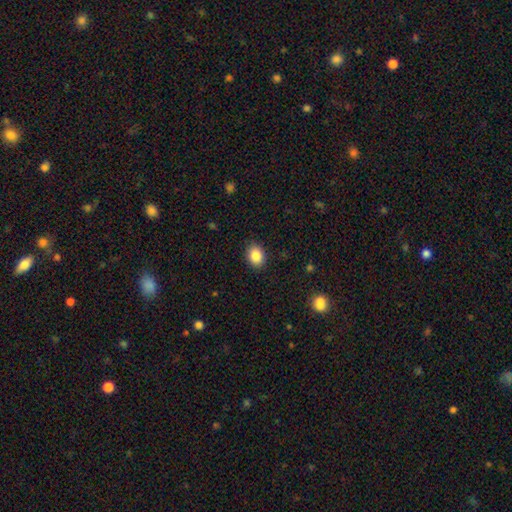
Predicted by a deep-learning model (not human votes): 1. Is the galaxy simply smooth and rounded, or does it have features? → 87% smooth, 9% star or artifact, 5% featured or disk.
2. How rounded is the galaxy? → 63% in between, 36% round, 1% cigar-shaped.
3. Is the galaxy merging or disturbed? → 88% none, 9% minor disturbance, 2% major disturbance, 1% merger.